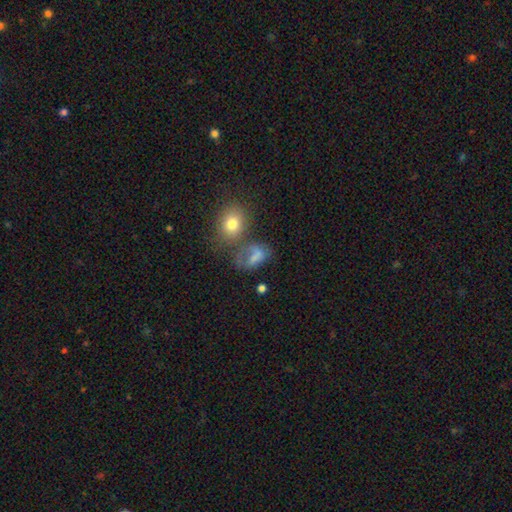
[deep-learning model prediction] Smooth or featured?
  - smooth: 67% *
  - featured or disk: 17%
  - star or artifact: 16%
How rounded?
  - in between: 74% *
  - round: 23%
  - cigar-shaped: 3%
Merging?
  - none: 37% *
  - merger: 21%
  - major disturbance: 21%
  - minor disturbance: 20%